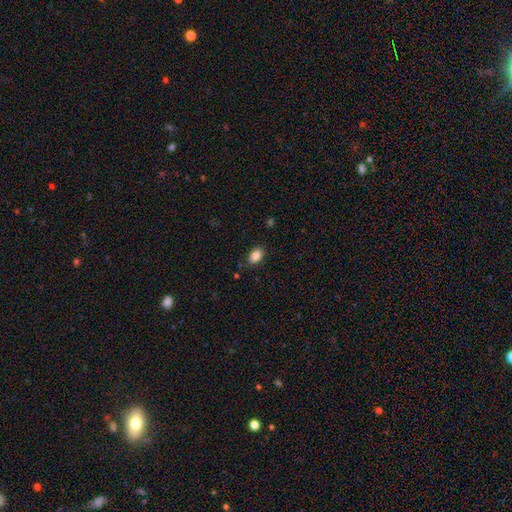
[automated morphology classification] Smooth or featured: smooth — 86% (star or artifact — 8%)
How rounded: in between — 87% (round — 11%)
Merging: none — 85% (minor disturbance — 11%)